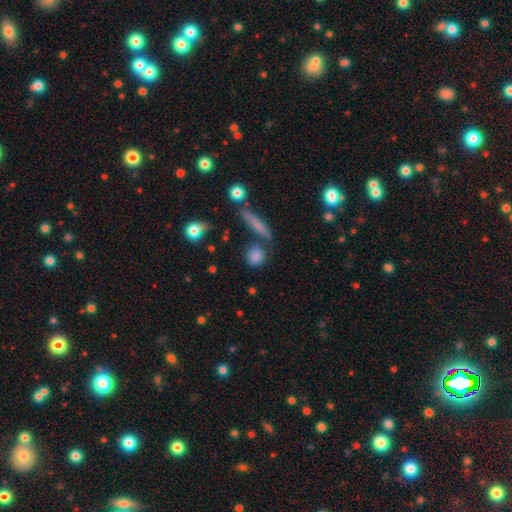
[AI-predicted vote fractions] Smooth or featured?
  - smooth: 81% *
  - star or artifact: 10%
  - featured or disk: 9%
How rounded?
  - round: 65% *
  - in between: 24%
  - cigar-shaped: 12%
Merging?
  - none: 65% *
  - minor disturbance: 15%
  - merger: 14%
  - major disturbance: 6%